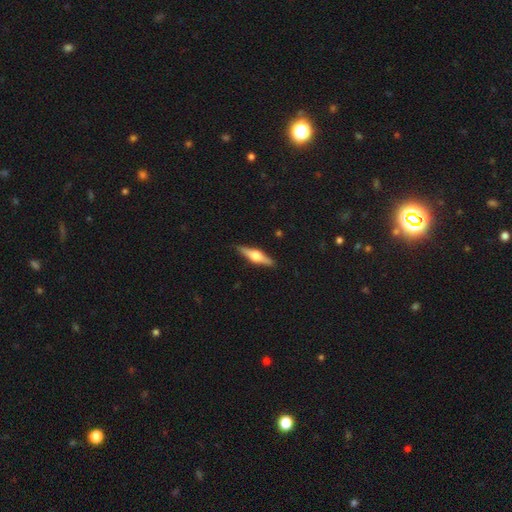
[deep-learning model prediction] Morphology: type=featured or disk (70%); edge-on=yes (97%); edge-on bulge=rounded (94%); merging=none (90%).